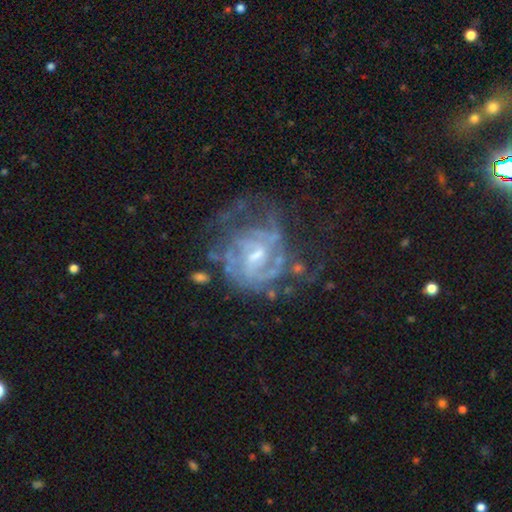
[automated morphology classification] Q: Smooth or featured?
A: featured or disk (84%); runner-up: smooth (9%)
Q: Edge-on disk?
A: no (98%); runner-up: yes (2%)
Q: Bar?
A: weak (55%); runner-up: no (32%)
Q: Spiral arms?
A: yes (86%); runner-up: no (14%)
Q: Spiral winding?
A: tight (54%); runner-up: medium (35%)
Q: Spiral arm count?
A: can't tell (43%); runner-up: 2 (26%)
Q: Bulge size?
A: small (51%); runner-up: moderate (39%)
Q: Merging?
A: none (48%); runner-up: major disturbance (26%)